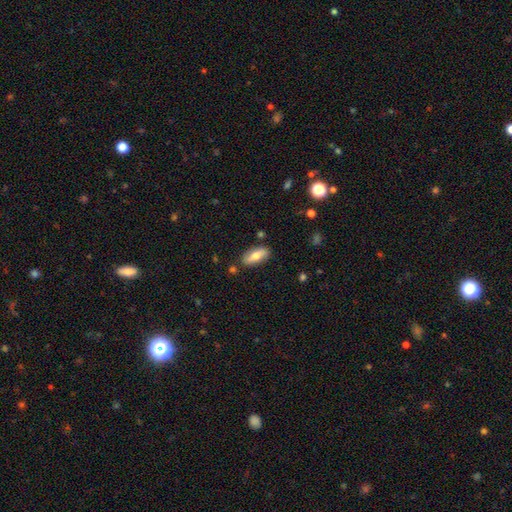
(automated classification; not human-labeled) Smooth or featured?
  - smooth: 64% *
  - featured or disk: 30%
  - star or artifact: 6%
How rounded?
  - in between: 80% *
  - cigar-shaped: 17%
  - round: 3%
Merging?
  - none: 83% *
  - minor disturbance: 12%
  - merger: 3%
  - major disturbance: 2%